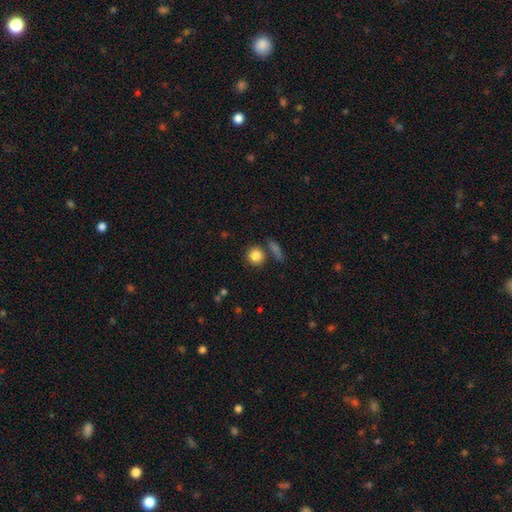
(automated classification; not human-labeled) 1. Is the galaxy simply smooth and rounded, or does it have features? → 84% smooth, 9% star or artifact, 7% featured or disk.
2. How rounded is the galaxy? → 89% round, 10% in between, 2% cigar-shaped.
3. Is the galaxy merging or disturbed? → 76% none, 11% merger, 9% minor disturbance, 3% major disturbance.